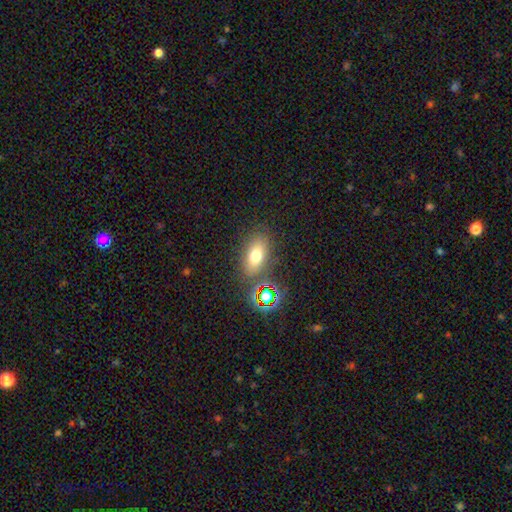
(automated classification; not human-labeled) Morphology: type=smooth (66%); roundness=in between (77%); merging=none (78%).